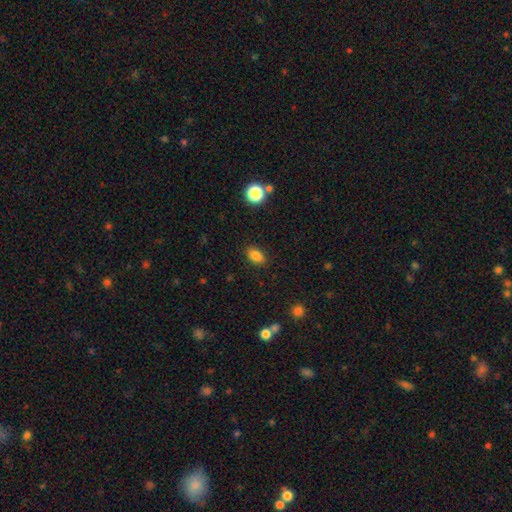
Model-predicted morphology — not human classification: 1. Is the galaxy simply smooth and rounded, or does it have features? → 85% smooth, 10% star or artifact, 5% featured or disk.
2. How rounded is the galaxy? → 86% in between, 12% round, 2% cigar-shaped.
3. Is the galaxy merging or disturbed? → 87% none, 9% minor disturbance, 3% major disturbance, 1% merger.